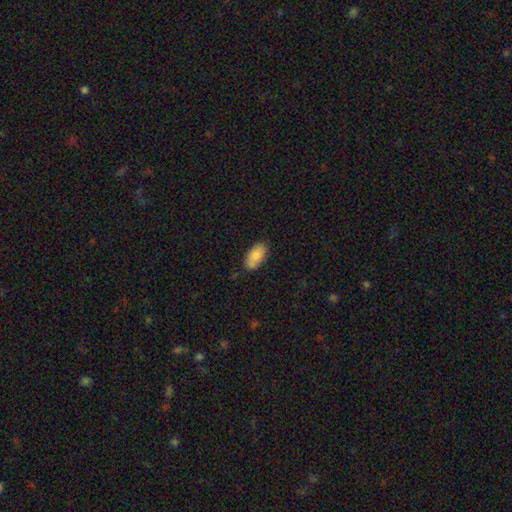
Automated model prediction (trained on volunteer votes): This is clearly a smooth galaxy (82%). How rounded: clearly in between (94%). Merging: likely none (76%).